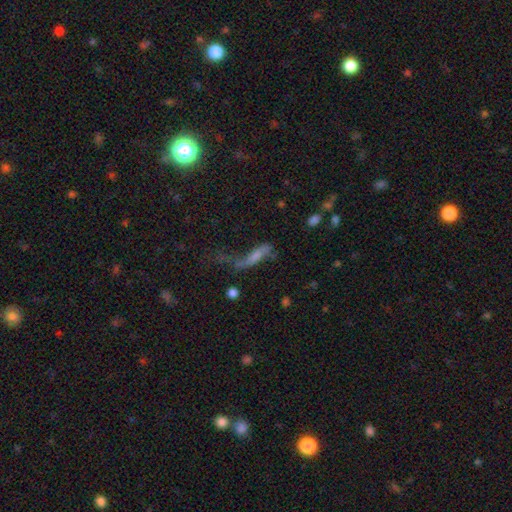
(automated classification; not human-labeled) Smooth or featured? featured or disk (48%)
Merging? major disturbance (43%)